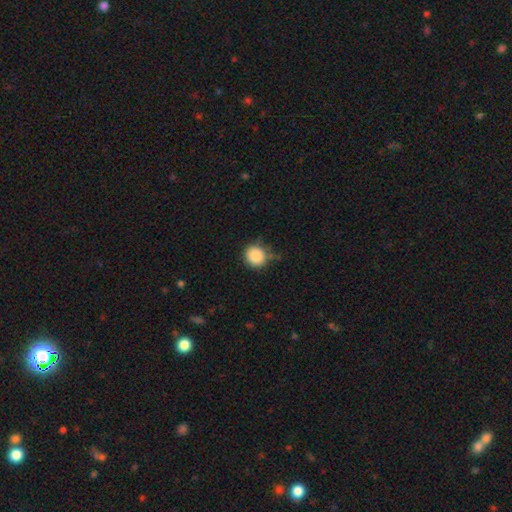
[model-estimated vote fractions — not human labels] The model was most divided on "merging": none: 74%, minor disturbance: 19%, major disturbance: 4%, merger: 3%. More confident: how rounded — round (89%); smooth or featured — smooth (87%).